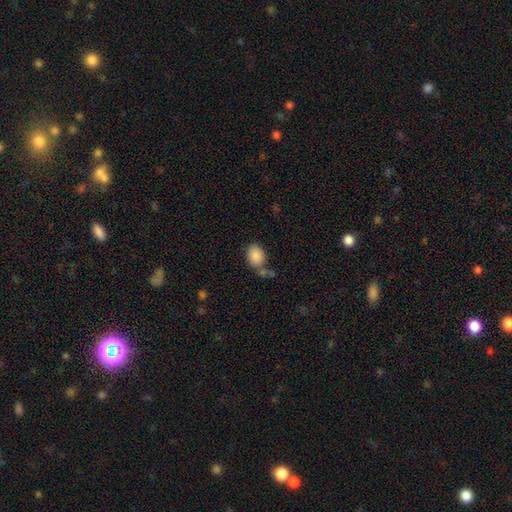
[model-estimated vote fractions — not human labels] A smooth galaxy with no disk features (88%) that is in between round and cigar-shaped (72%). Merging: none (63%).